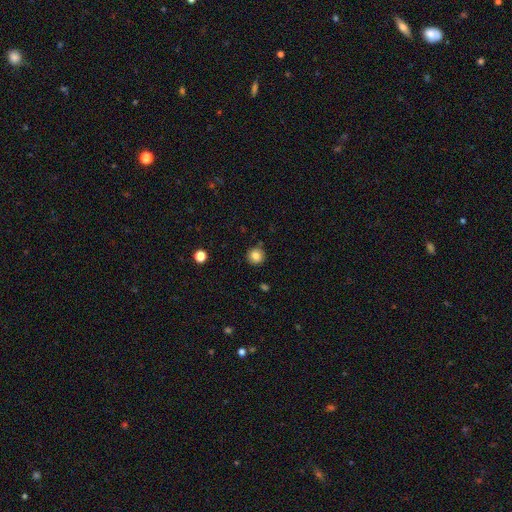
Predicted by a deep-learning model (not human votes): Smooth or featured?
  - smooth: 83% *
  - star or artifact: 10%
  - featured or disk: 6%
How rounded?
  - round: 94% *
  - in between: 5%
  - cigar-shaped: 1%
Merging?
  - none: 90% *
  - minor disturbance: 7%
  - major disturbance: 2%
  - merger: 2%